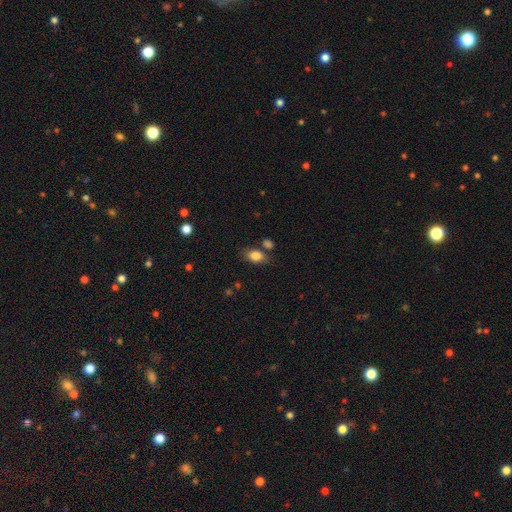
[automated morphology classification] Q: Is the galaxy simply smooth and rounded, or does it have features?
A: smooth — 83%.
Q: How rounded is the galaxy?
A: in between — 82%.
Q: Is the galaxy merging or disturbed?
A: none — 69%.